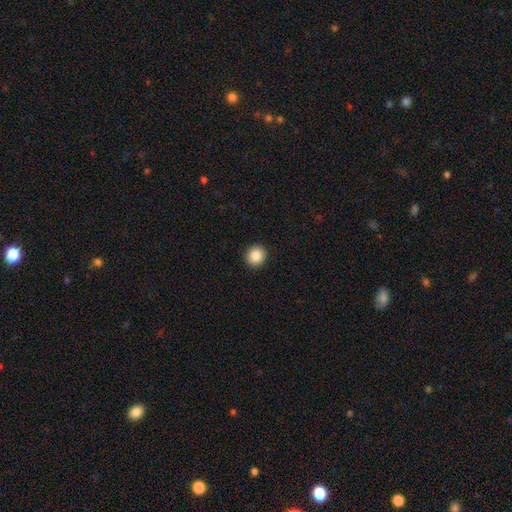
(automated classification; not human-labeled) smooth_or_featured: smooth (p=0.86) [alt: star or artifact p=0.09]
how_rounded: round (p=0.90) [alt: in between p=0.09]
merging: none (p=0.93) [alt: minor disturbance p=0.04]